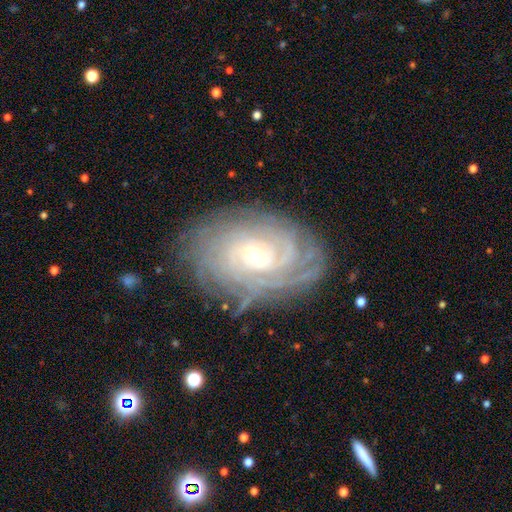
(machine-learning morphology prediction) Smooth or featured: featured or disk — 86% (smooth — 7%)
Edge-on disk: no — 96% (yes — 4%)
Bar: weak — 47% (no — 39%)
Spiral arms: yes — 97% (no — 3%)
Spiral winding: tight — 81% (medium — 16%)
Spiral arm count: can't tell — 36% (4 — 19%)
Bulge size: small — 61% (moderate — 35%)
Merging: none — 80% (minor disturbance — 14%)